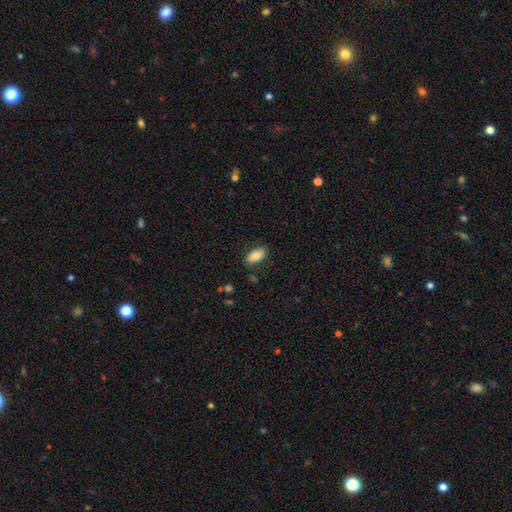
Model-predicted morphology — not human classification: Overall: smooth (82%). How rounded: in between (91%). Merging: none (83%).